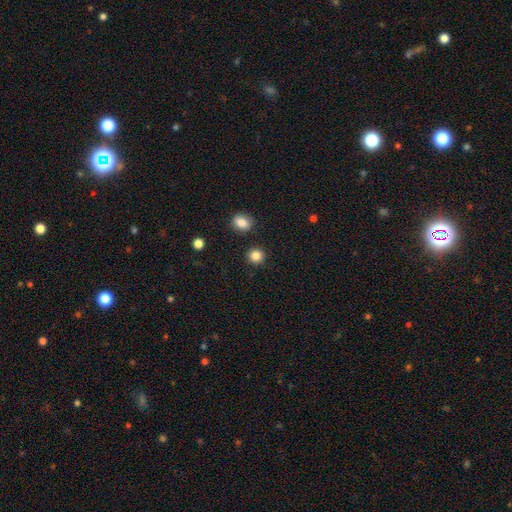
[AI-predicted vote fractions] smooth-or-featured: smooth: 86% | star or artifact: 11% | featured or disk: 4%
  how-rounded: round: 91% | in between: 8% | cigar-shaped: 1%
  merging: none: 89% | minor disturbance: 6% | merger: 3% | major disturbance: 2%